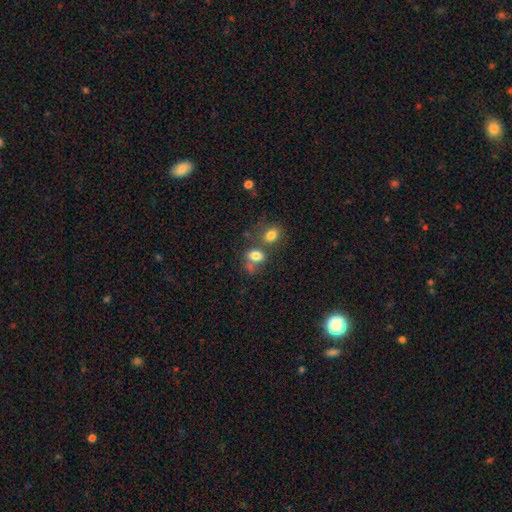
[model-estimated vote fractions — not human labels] Q: Smooth or featured?
A: smooth (78%); runner-up: star or artifact (11%)
Q: How rounded?
A: in between (74%); runner-up: round (25%)
Q: Merging?
A: merger (39%); tied with: none (39%)